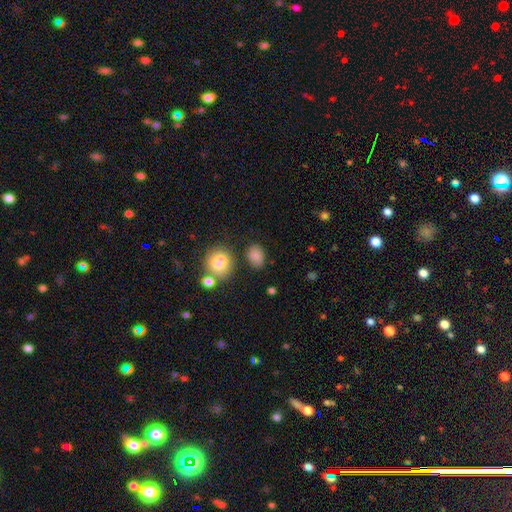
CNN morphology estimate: The model was most divided on "how rounded": in between: 69%, round: 30%, cigar-shaped: 1%. More confident: smooth or featured — smooth (81%); merging — none (72%).